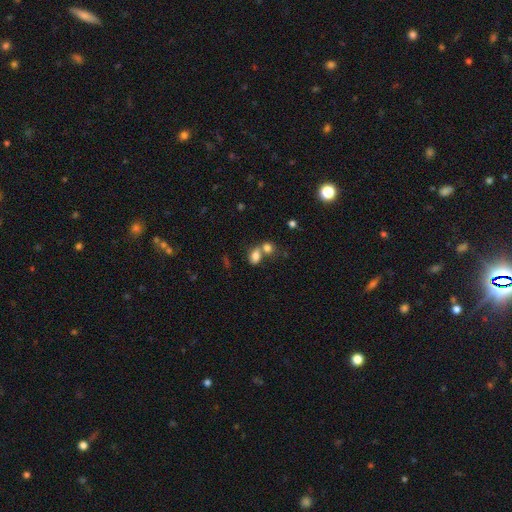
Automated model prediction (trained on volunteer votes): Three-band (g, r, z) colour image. It shows a smooth galaxy with no disk features (79%) that is in between round and cigar-shaped (75%). Merging: merger (52%).